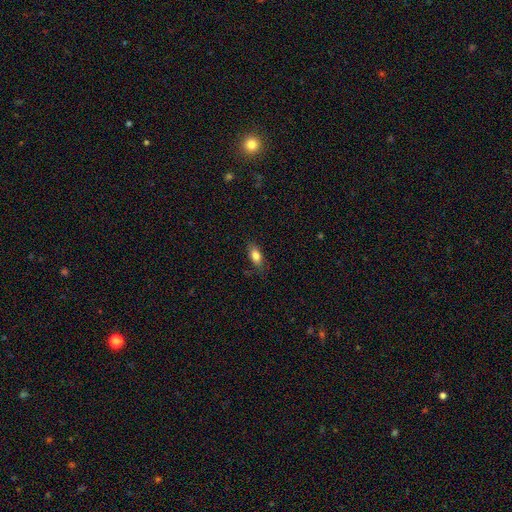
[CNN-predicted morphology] A smooth galaxy with no disk features (82%) that is in between round and cigar-shaped (86%).

Vote fractions:
- Smooth or featured? smooth: 82% / featured or disk: 10% / star or artifact: 8%
- How rounded? in between: 86% / cigar-shaped: 9% / round: 5%
- Merging? none: 80% / minor disturbance: 16% / major disturbance: 4% / merger: 1%